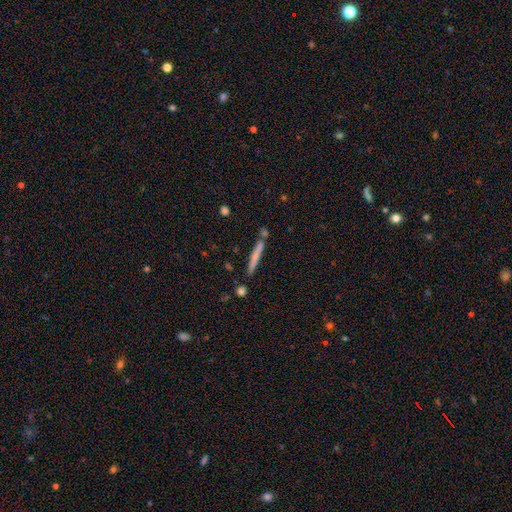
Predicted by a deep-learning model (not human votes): The model was most divided on "smooth or featured": smooth: 59%, featured or disk: 35%, star or artifact: 7%. More confident: how rounded — cigar-shaped (96%); merging — none (80%).